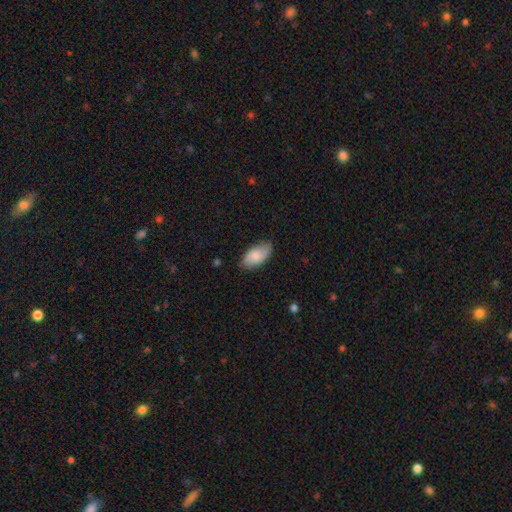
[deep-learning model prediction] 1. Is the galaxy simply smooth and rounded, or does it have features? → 75% smooth, 19% featured or disk, 6% star or artifact.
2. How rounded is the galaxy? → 94% in between, 3% cigar-shaped, 3% round.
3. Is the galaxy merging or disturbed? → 77% none, 18% minor disturbance, 3% major disturbance, 1% merger.